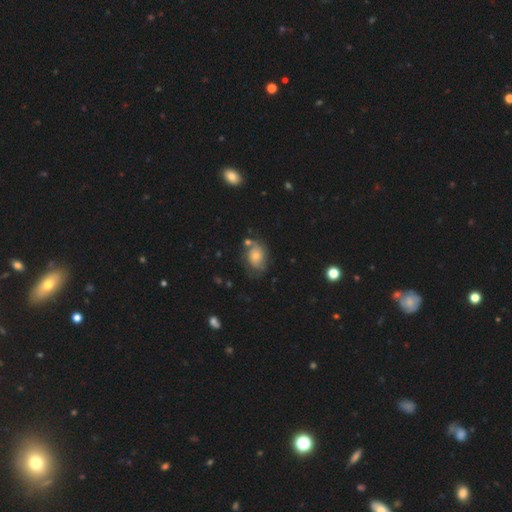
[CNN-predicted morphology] smooth_or_featured: featured or disk (p=0.50) [alt: smooth p=0.40]
disk_edge_on: no (p=0.96) [alt: yes p=0.04]
merging: none (p=0.52) [alt: minor disturbance p=0.26]